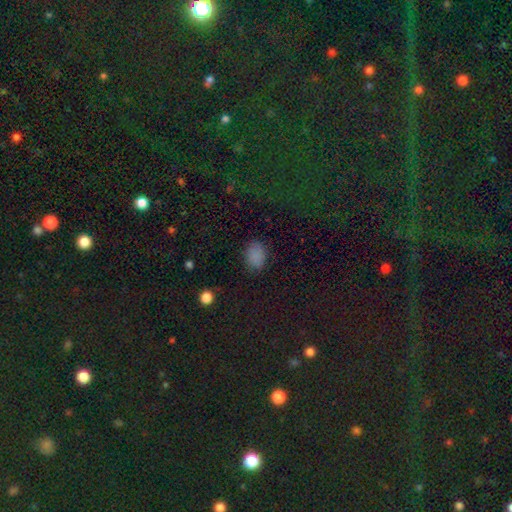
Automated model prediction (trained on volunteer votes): The model was most divided on "how rounded": in between: 73%, round: 25%, cigar-shaped: 1%. More confident: smooth or featured — smooth (82%); merging — none (81%).